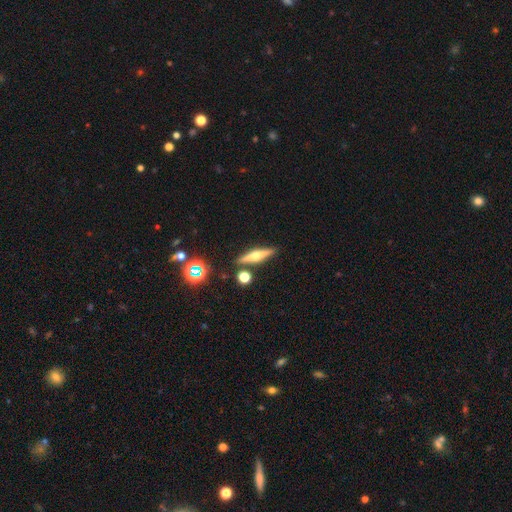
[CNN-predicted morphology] smooth-or-featured: featured or disk: 63% | smooth: 28% | star or artifact: 9%
  disk-edge-on: yes: 96% | no: 4%
    edge-on-bulge: rounded: 93% | boxy: 4% | none: 3%
  merging: none: 85% | minor disturbance: 8% | merger: 6% | major disturbance: 2%